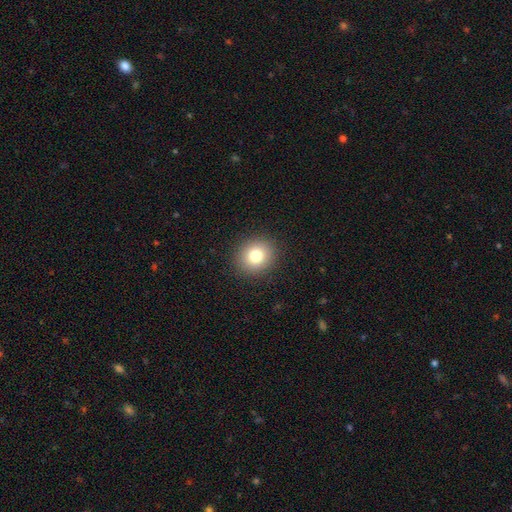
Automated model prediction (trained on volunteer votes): A smooth galaxy with no disk features (80%) that is round (80%).

Vote fractions:
- Smooth or featured? smooth: 80% / star or artifact: 11% / featured or disk: 9%
- How rounded? round: 80% / in between: 20% / cigar-shaped: 1%
- Merging? none: 90% / minor disturbance: 6% / major disturbance: 2% / merger: 1%